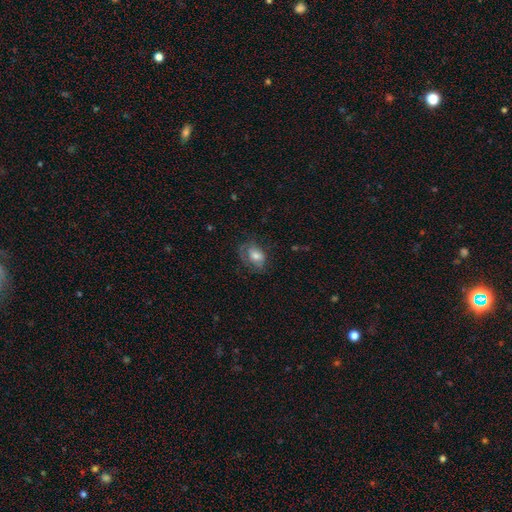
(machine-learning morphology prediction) Overall: smooth (54%; featured or disk 37%). How rounded: in between (76%). Merging: none (50%; minor disturbance 26%).